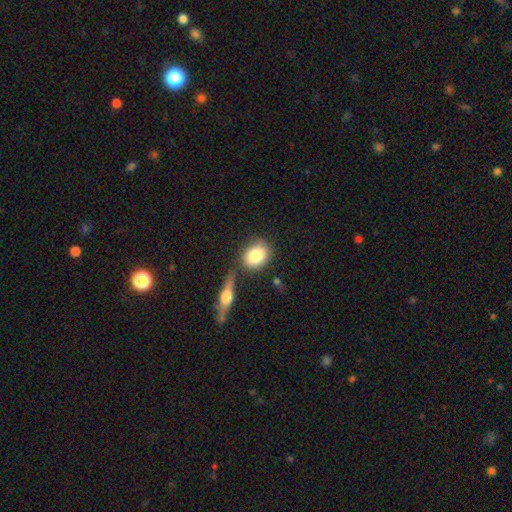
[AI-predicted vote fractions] Smooth or featured?
  - smooth: 82% *
  - featured or disk: 12%
  - star or artifact: 7%
How rounded?
  - in between: 51% *
  - round: 46%
  - cigar-shaped: 2%
Merging?
  - none: 61% *
  - merger: 18%
  - minor disturbance: 16%
  - major disturbance: 5%